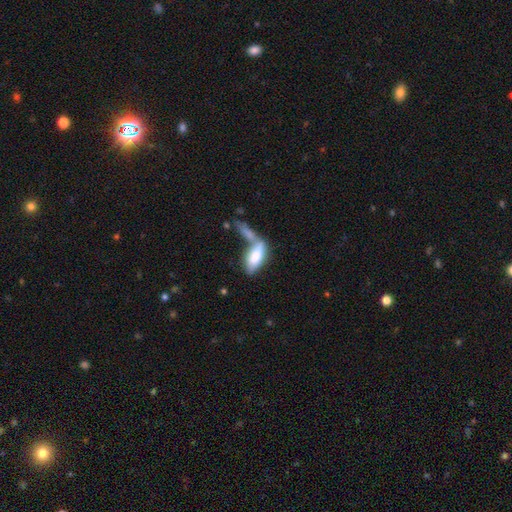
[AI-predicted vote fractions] Morphology: type=smooth (75%); roundness=in between (76%); merging=merger (49%).